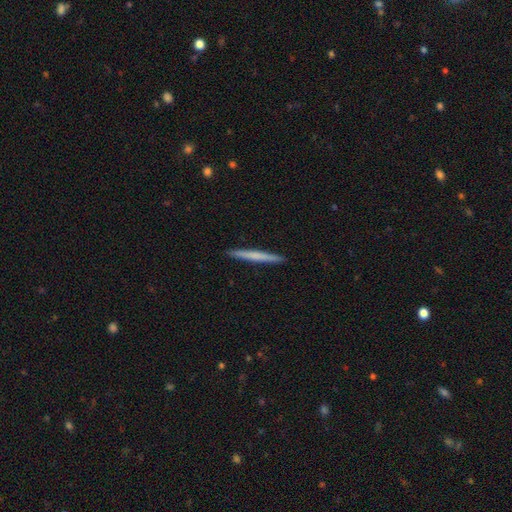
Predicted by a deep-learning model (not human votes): A smooth galaxy with no disk features (60%) that is cigar-shaped (97%). Merging: none (93%).